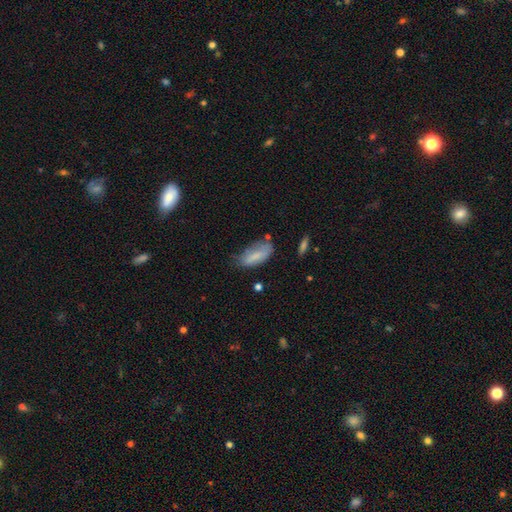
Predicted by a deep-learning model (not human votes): The model was most divided on "merging": none: 49%, minor disturbance: 36%, major disturbance: 12%, merger: 4%. More confident: how rounded — in between (81%); smooth or featured — smooth (74%).